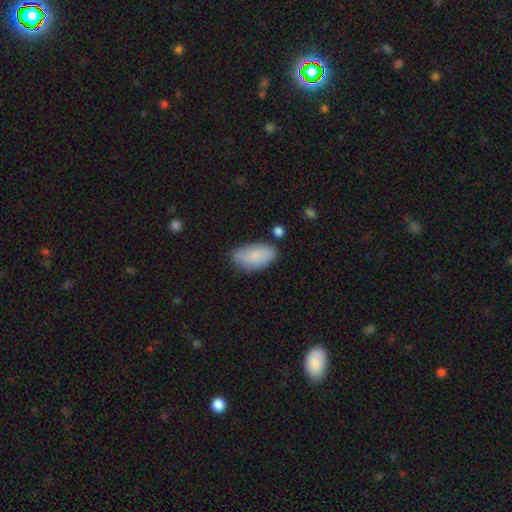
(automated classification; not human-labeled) Morphology: type=smooth (81%); roundness=in between (94%); merging=none (76%).